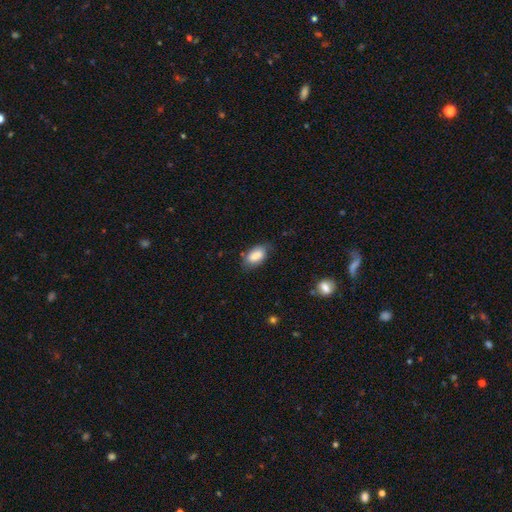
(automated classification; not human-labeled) A smooth galaxy with no disk features (86%) that is in between round and cigar-shaped (93%). Merging: none (70%).